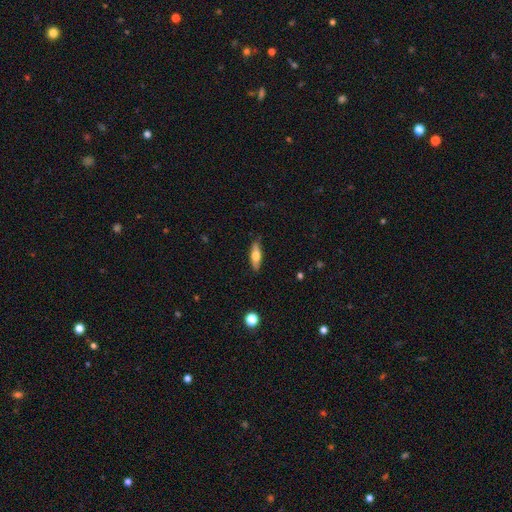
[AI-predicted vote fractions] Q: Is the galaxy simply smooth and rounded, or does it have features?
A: smooth — 61%.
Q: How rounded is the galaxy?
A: in between — 51%.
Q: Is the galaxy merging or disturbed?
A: none — 86%.